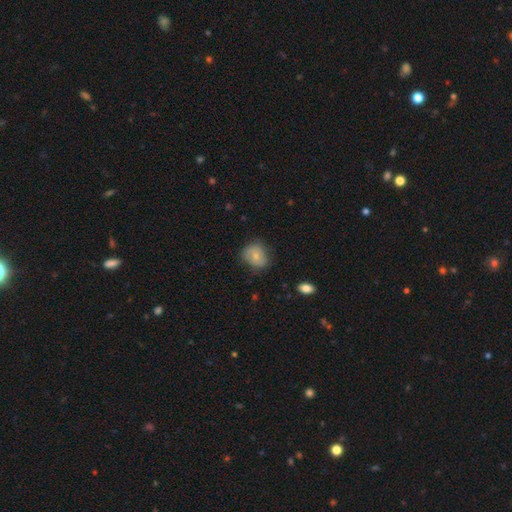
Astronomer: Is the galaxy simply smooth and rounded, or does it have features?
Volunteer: smooth — 72%.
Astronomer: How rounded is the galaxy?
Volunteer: round — 62%.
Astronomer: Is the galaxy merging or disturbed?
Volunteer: none — 57% (runner-up: minor disturbance, 32%).